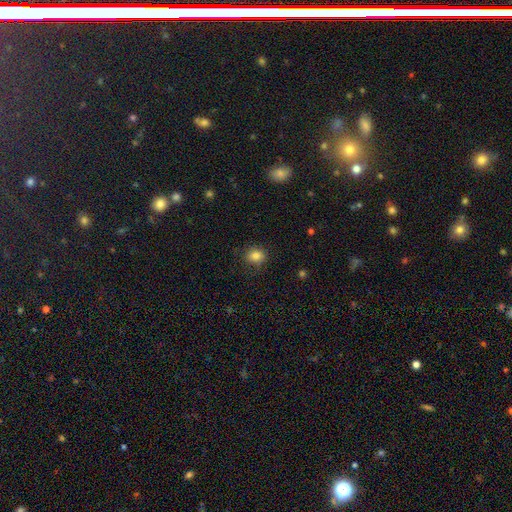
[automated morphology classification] smooth-or-featured: smooth: 84% | star or artifact: 11% | featured or disk: 6%
  how-rounded: round: 59% | in between: 40% | cigar-shaped: 1%
  merging: none: 82% | minor disturbance: 13% | major disturbance: 4% | merger: 1%